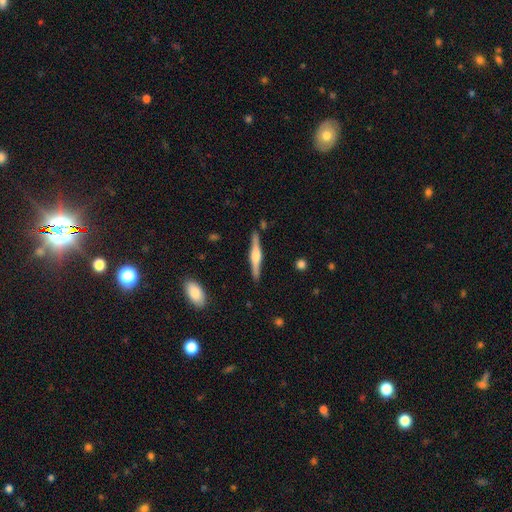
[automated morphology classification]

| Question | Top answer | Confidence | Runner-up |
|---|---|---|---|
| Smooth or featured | featured or disk | 70% | smooth (24%) |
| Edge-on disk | yes | 98% | no (2%) |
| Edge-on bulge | rounded | 76% | boxy (19%) |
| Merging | none | 89% | minor disturbance (8%) |